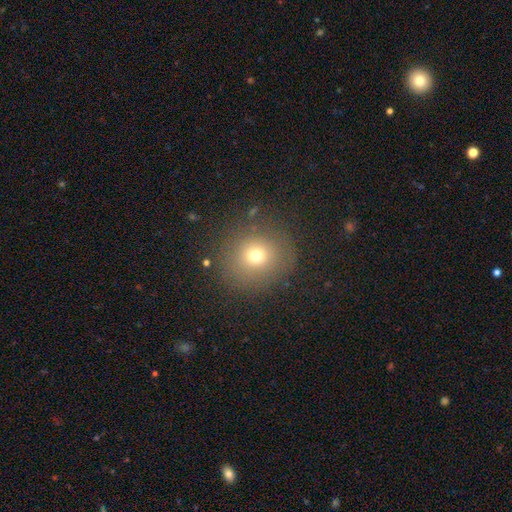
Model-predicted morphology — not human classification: smooth-or-featured: smooth: 69% | star or artifact: 18% | featured or disk: 13%
  how-rounded: round: 86% | in between: 13% | cigar-shaped: 1%
  merging: none: 84% | minor disturbance: 10% | major disturbance: 5% | merger: 2%